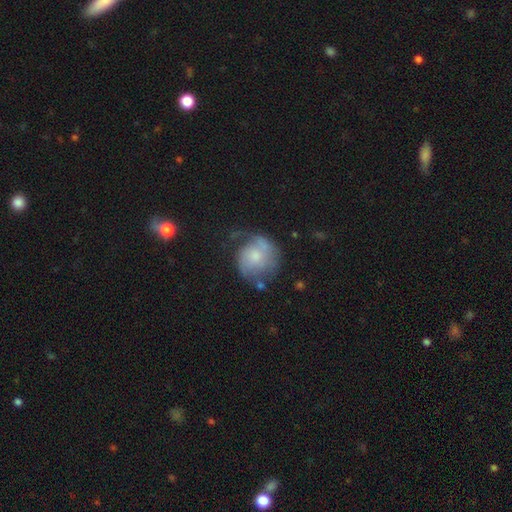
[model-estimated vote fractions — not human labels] Smooth or featured: featured or disk — 55% (smooth — 38%)
Edge-on disk: no — 98% (yes — 2%)
Bar: no — 75% (weak — 22%)
Spiral arms: yes — 78% (no — 22%)
Bulge size: small — 41% (tied with moderate — 41%)
Merging: none — 46% (minor disturbance — 26%)